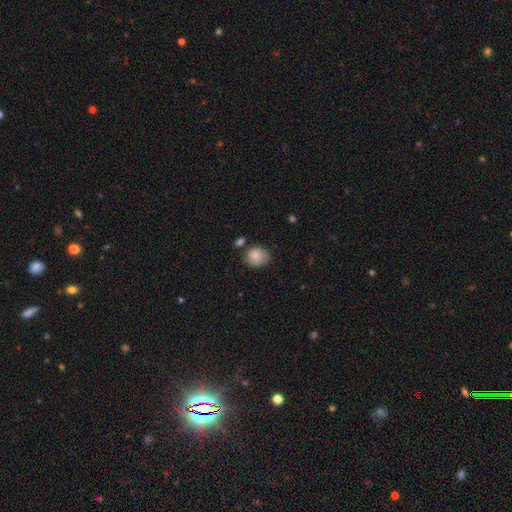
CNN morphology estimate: This is clearly a smooth galaxy (83%). How rounded: likely round (67%). Merging: likely none (61%).